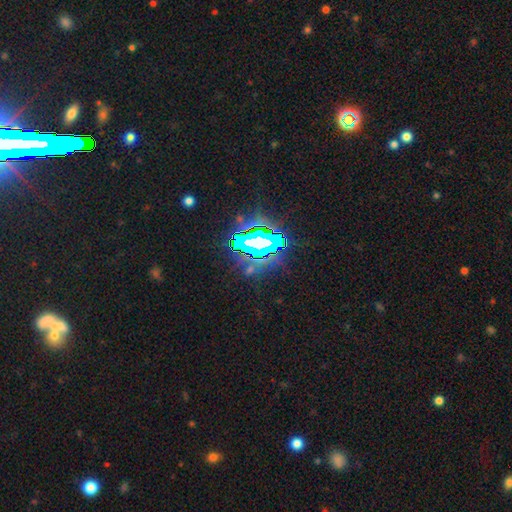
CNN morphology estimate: A star or artifact, not a galaxy (84%).